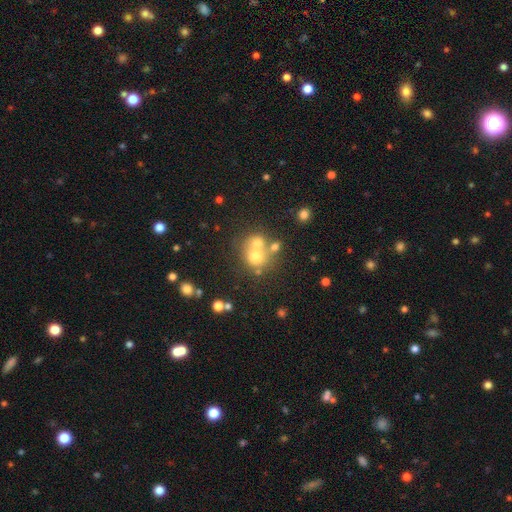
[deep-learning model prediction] A smooth galaxy with no disk features (61%) that is round (81%).

Vote fractions:
- Smooth or featured? smooth: 61% / featured or disk: 22% / star or artifact: 17%
- How rounded? round: 81% / in between: 18% / cigar-shaped: 1%
- Merging? merger: 48% / none: 40% / minor disturbance: 7% / major disturbance: 4%